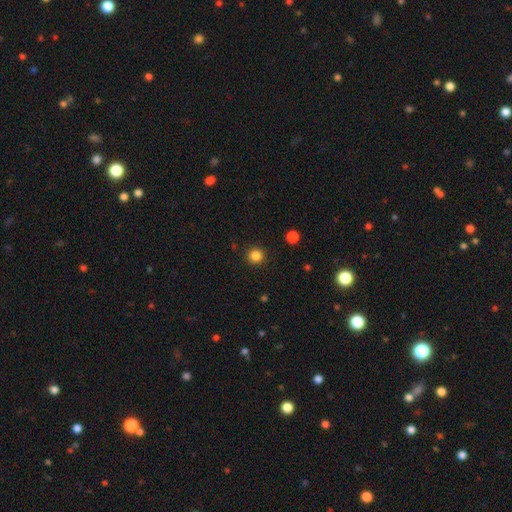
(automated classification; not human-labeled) Smooth or featured? smooth (84%)
How rounded? round (94%)
Merging? none (92%)